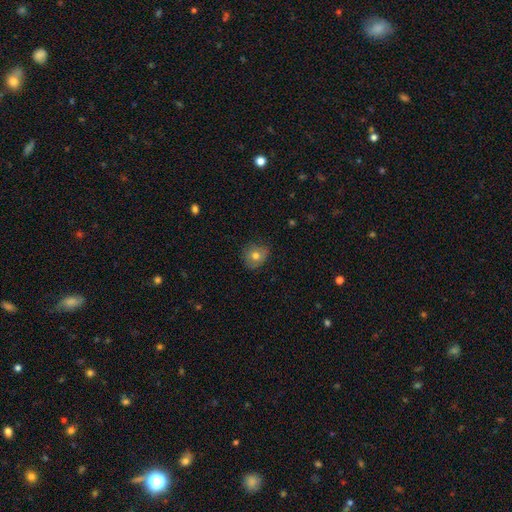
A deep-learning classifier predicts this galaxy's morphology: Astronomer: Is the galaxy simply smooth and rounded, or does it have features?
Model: smooth — 74%.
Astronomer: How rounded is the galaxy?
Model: round — 80%.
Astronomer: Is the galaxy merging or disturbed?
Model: none — 77%.